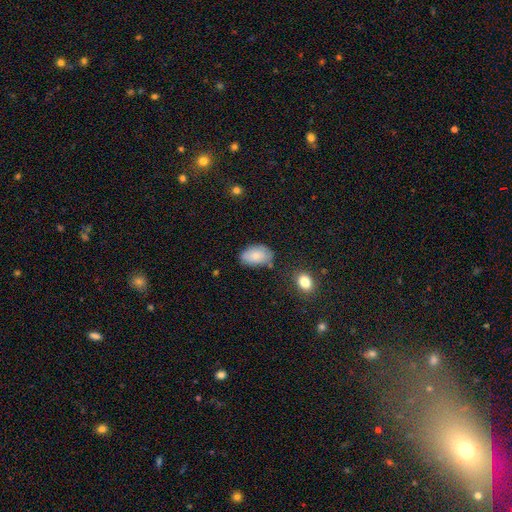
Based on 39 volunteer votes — smooth 82%, featured or disk 10%, star or artifact 8%. Down the decision tree: how rounded — in between (97%); merging — none (81%).